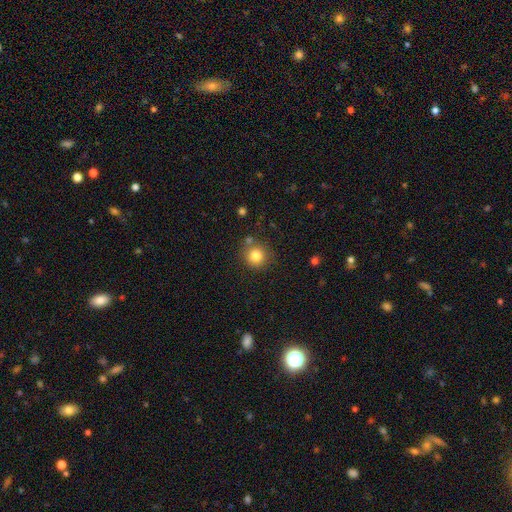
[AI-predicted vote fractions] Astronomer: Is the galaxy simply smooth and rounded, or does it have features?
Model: smooth — 81%.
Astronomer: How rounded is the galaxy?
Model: round — 93%.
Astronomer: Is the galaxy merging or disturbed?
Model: none — 77%.